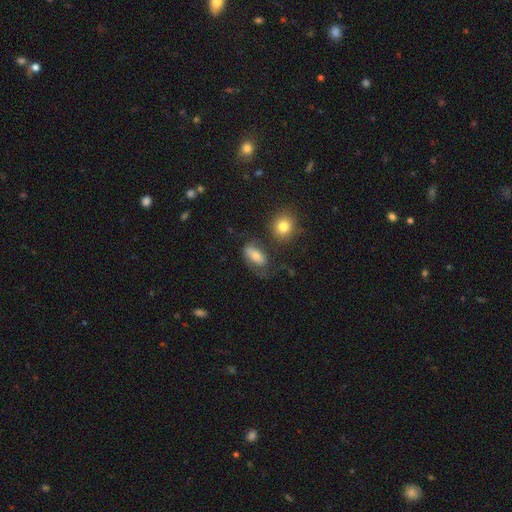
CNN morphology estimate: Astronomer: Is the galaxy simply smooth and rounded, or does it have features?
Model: smooth — 63%.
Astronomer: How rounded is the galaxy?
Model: in between — 87%.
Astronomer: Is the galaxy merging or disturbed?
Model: none — 47% (runner-up: minor disturbance, 24%).